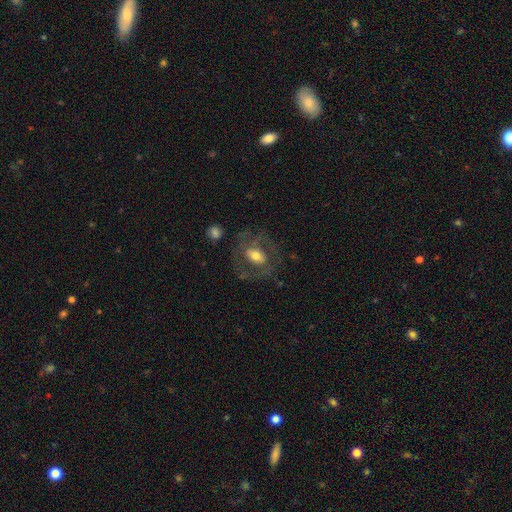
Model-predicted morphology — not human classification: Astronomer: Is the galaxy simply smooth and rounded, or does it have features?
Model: featured or disk — 50% (runner-up: smooth, 42%).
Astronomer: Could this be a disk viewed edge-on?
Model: no — 93%.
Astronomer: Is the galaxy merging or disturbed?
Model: none — 64%.